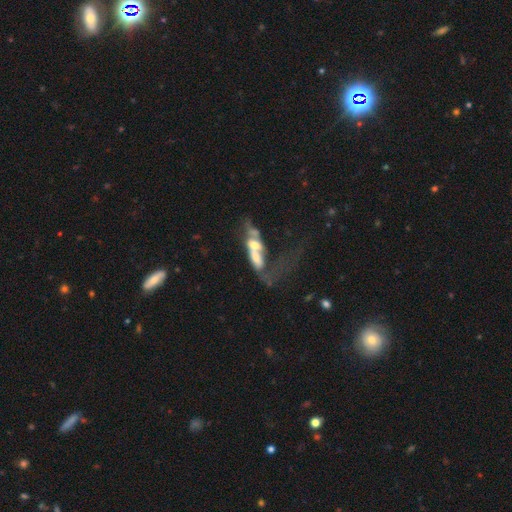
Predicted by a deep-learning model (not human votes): This is possibly a featured or disk galaxy (54%). It is likely not viewed edge-on (74%). Merging: likely merger (64%).